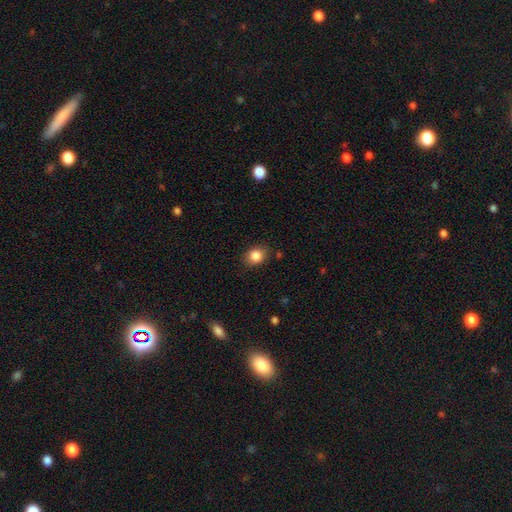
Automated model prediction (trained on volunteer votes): A smooth galaxy with no disk features (85%) that is round (52%). Merging: none (82%).